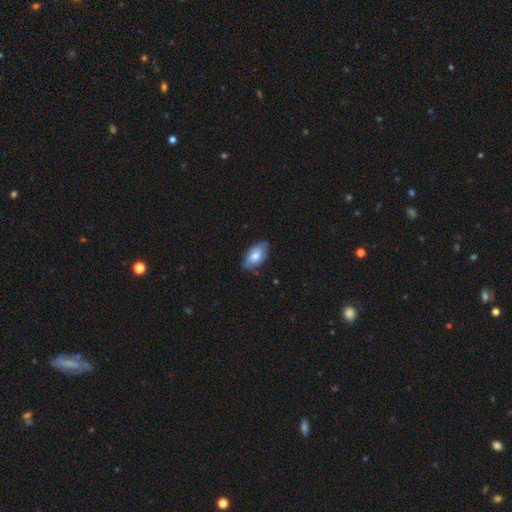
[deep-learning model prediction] Q: Smooth or featured?
A: smooth (60%); runner-up: featured or disk (34%)
Q: How rounded?
A: in between (93%); runner-up: round (4%)
Q: Merging?
A: none (70%); runner-up: minor disturbance (25%)